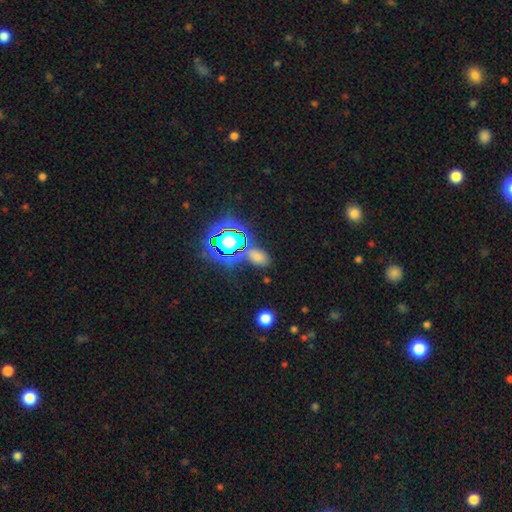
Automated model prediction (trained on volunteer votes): A smooth galaxy with no disk features (54%) that is in between round and cigar-shaped (76%). Merging: none (75%).